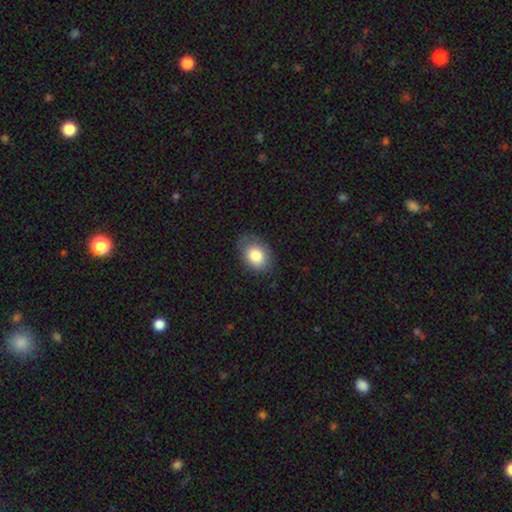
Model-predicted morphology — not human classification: Smooth or featured: smooth — 82% (featured or disk — 10%)
How rounded: in between — 73% (round — 26%)
Merging: none — 75% (minor disturbance — 19%)